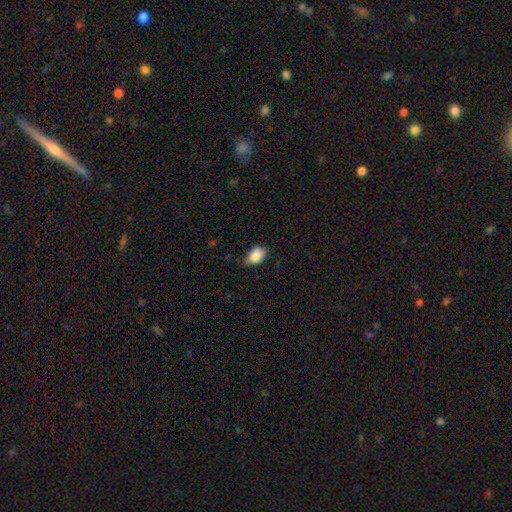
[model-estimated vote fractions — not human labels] Smooth or featured? Predicted: smooth (p=0.86). How rounded? Predicted: in between (p=0.83). Merging? Predicted: none (p=0.65).